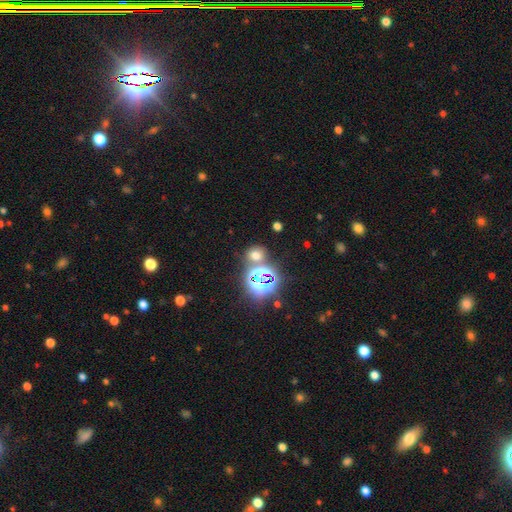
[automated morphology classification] smooth_or_featured: smooth (p=0.53) [alt: star or artifact p=0.39]
how_rounded: round (p=0.67) [alt: in between p=0.32]
merging: none (p=0.70) [alt: merger p=0.16]